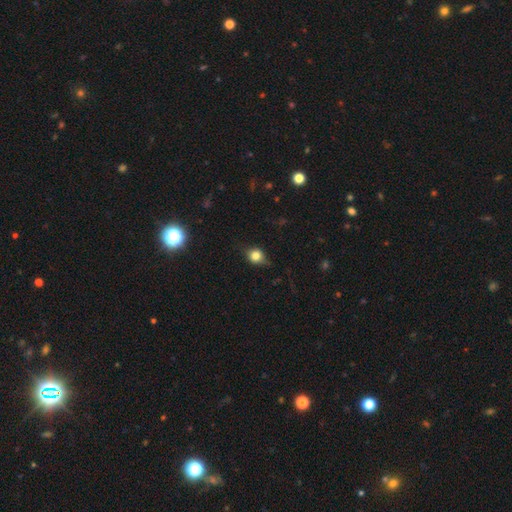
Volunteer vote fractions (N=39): Volunteers were most divided on "how rounded": round: 61%, in between: 36%, cigar-shaped: 4%. More confident: smooth or featured — smooth (72%); merging — none (63%).